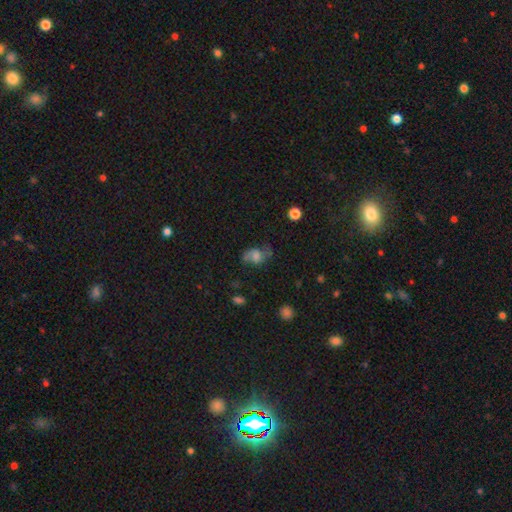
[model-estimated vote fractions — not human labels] Morphology: type=smooth (45%); merging=none (48%).